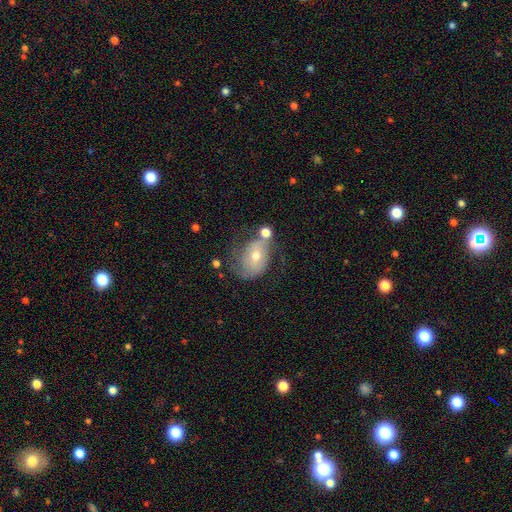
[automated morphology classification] Smooth or featured?
  - featured or disk: 62% *
  - smooth: 29%
  - star or artifact: 9%
Edge-on disk?
  - no: 96% *
  - yes: 4%
Bar?
  - no: 62% *
  - weak: 29%
  - strong: 9%
Spiral arms?
  - yes: 78% *
  - no: 22%
Bulge size?
  - moderate: 58% *
  - small: 37%
  - large: 3%
  - none: 1%
  - dominant: 1%
Merging?
  - none: 39% *
  - minor disturbance: 23%
  - major disturbance: 21%
  - merger: 18%